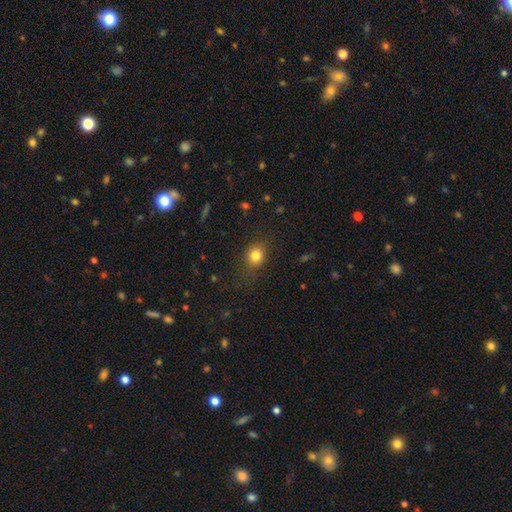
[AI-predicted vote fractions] The model was most divided on "how rounded": round: 68%, in between: 31%, cigar-shaped: 1%. More confident: smooth or featured — smooth (81%); merging — none (79%).